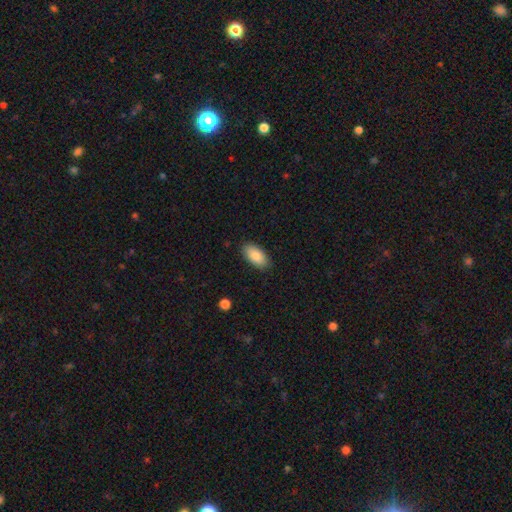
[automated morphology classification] Smooth or featured? smooth (87%)
How rounded? in between (94%)
Merging? none (87%)